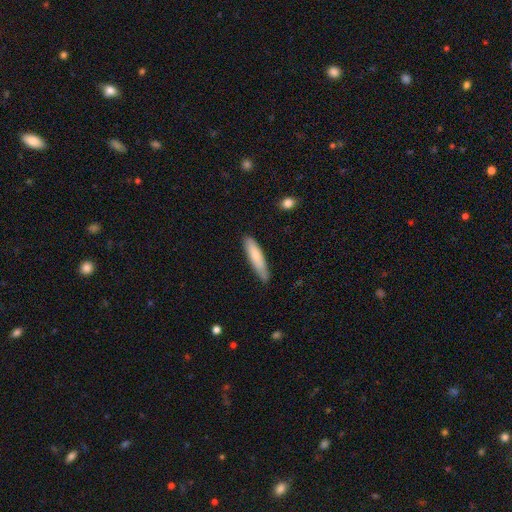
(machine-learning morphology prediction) A smooth galaxy with no disk features (73%) that is cigar-shaped (77%).

Vote fractions:
- Smooth or featured? smooth: 73% / featured or disk: 21% / star or artifact: 6%
- How rounded? cigar-shaped: 77% / in between: 21% / round: 1%
- Merging? none: 74% / minor disturbance: 21% / major disturbance: 3% / merger: 2%